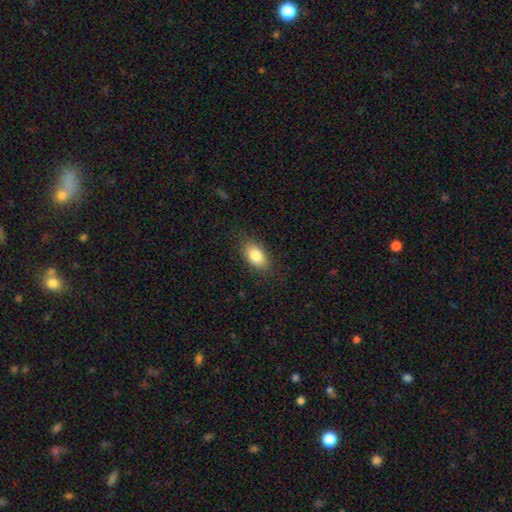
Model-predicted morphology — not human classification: This appears to be a smooth galaxy with no disk features (83%) that is in between round and cigar-shaped (91%). Merging: none (84%).